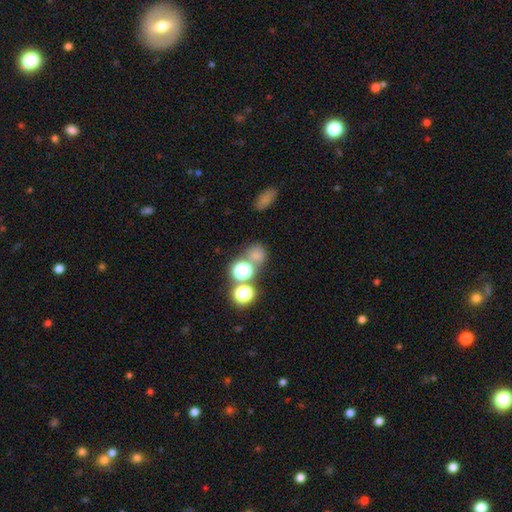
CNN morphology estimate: This is likely a smooth galaxy (65%). How rounded: likely round (76%). Merging: possibly none (57%).